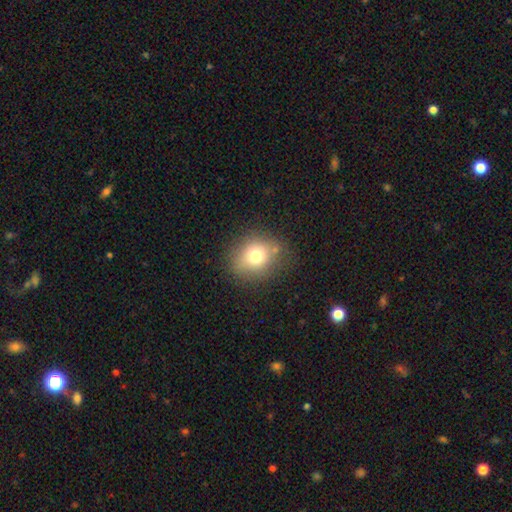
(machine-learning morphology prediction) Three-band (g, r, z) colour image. It shows a smooth galaxy with no disk features (73%) that is round (60%). Merging: none (74%).